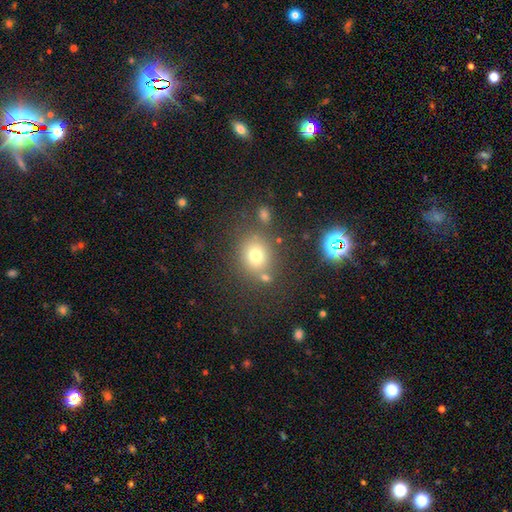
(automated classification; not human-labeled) A smooth galaxy with no disk features (73%) that is round (74%).

Vote fractions:
- Smooth or featured? smooth: 73% / star or artifact: 17% / featured or disk: 10%
- How rounded? round: 74% / in between: 25% / cigar-shaped: 1%
- Merging? none: 74% / minor disturbance: 11% / merger: 10% / major disturbance: 5%